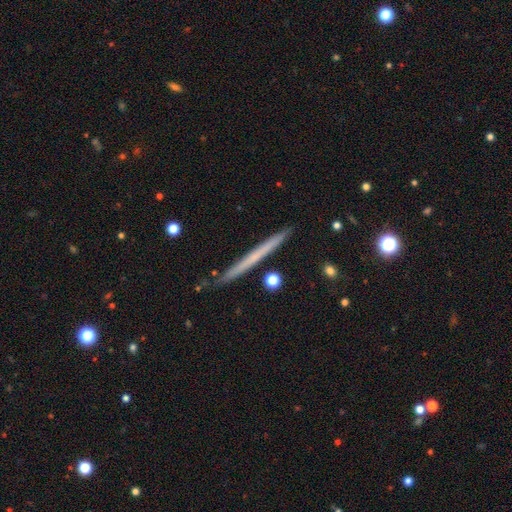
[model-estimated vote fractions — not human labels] Smooth or featured: smooth — 48% (featured or disk — 46%)
Merging: none — 88% (minor disturbance — 9%)